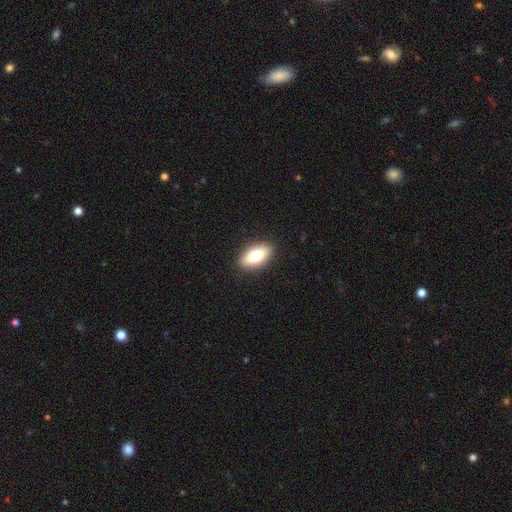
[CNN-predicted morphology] A smooth galaxy with no disk features (75%) that is in between round and cigar-shaped (86%). Merging: none (89%).